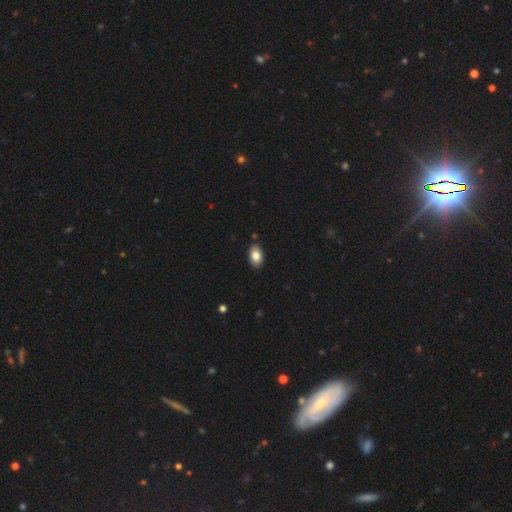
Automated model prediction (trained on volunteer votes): Smooth or featured? Predicted: smooth (p=0.83). How rounded? Predicted: in between (p=0.90). Merging? Predicted: none (p=0.88).